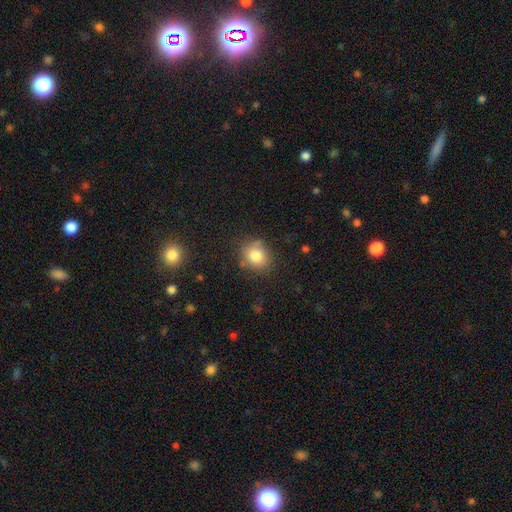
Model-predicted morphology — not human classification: This is clearly a smooth galaxy (81%). How rounded: likely round (66%). Merging: likely none (76%).